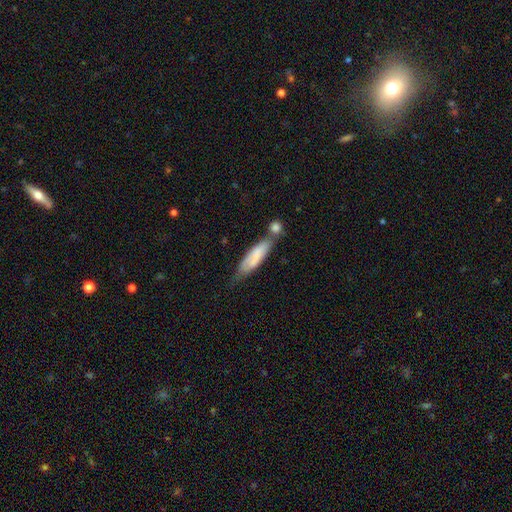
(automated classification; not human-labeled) Smooth or featured?
  - smooth: 67% *
  - featured or disk: 27%
  - star or artifact: 6%
How rounded?
  - cigar-shaped: 68% *
  - in between: 30%
  - round: 2%
Merging?
  - none: 37% *
  - merger: 35%
  - minor disturbance: 20%
  - major disturbance: 8%